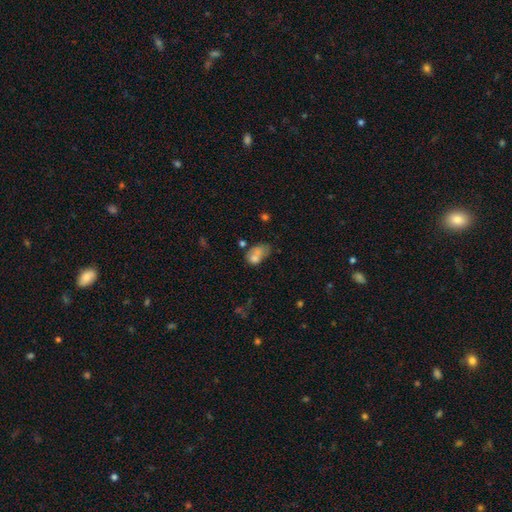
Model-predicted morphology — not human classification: smooth_or_featured: smooth (p=0.66) [alt: featured or disk p=0.22]
how_rounded: in between (p=0.76) [alt: round p=0.23]
merging: merger (p=0.36) [alt: none p=0.23]